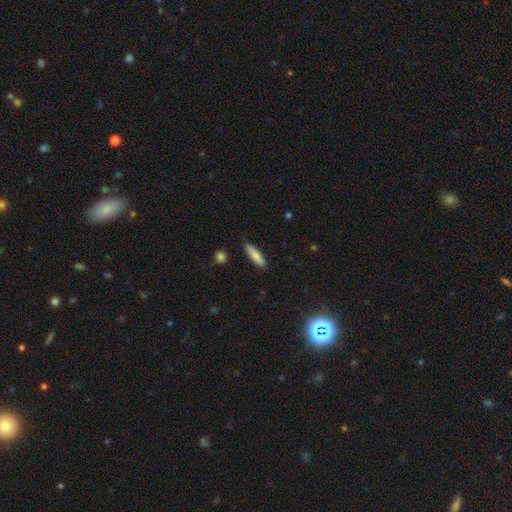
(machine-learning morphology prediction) The model was most divided on "how rounded": cigar-shaped: 69%, in between: 29%, round: 2%. More confident: merging — none (86%); smooth or featured — smooth (82%).